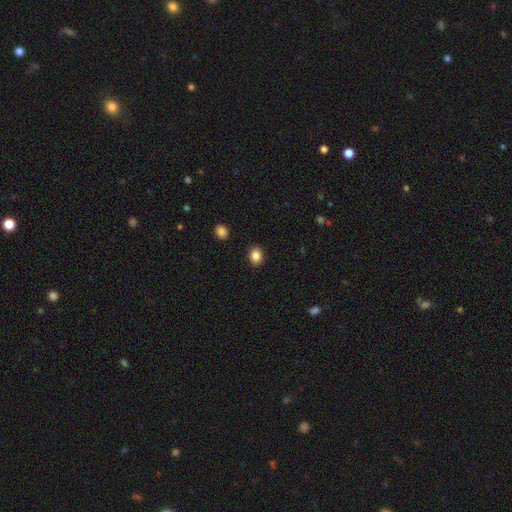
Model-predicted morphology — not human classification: Smooth or featured? smooth (86%)
How rounded? in between (52%)
Merging? none (89%)